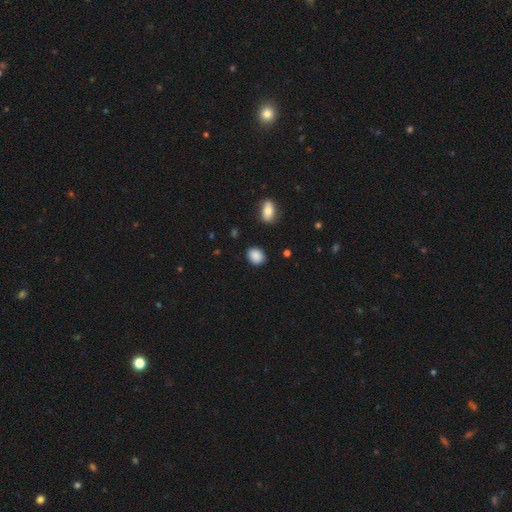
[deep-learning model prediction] smooth_or_featured: smooth (p=0.88) [alt: star or artifact p=0.08]
how_rounded: in between (p=0.56) [alt: round p=0.43]
merging: none (p=0.85) [alt: minor disturbance p=0.11]